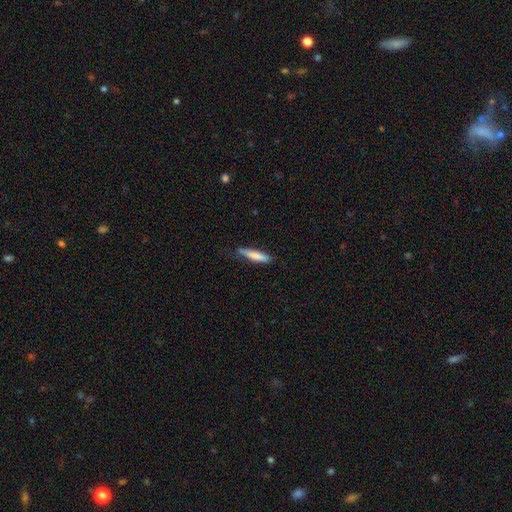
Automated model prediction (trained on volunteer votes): Smooth or featured?
  - smooth: 77% *
  - featured or disk: 17%
  - star or artifact: 6%
How rounded?
  - cigar-shaped: 85% *
  - in between: 13%
  - round: 1%
Merging?
  - none: 71% *
  - minor disturbance: 23%
  - major disturbance: 5%
  - merger: 2%